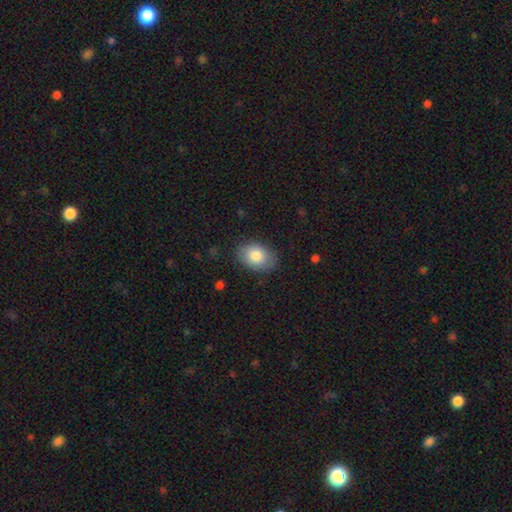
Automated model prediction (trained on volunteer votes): Smooth or featured?
  - smooth: 83% *
  - featured or disk: 10%
  - star or artifact: 7%
How rounded?
  - in between: 82% *
  - round: 17%
  - cigar-shaped: 1%
Merging?
  - none: 82% *
  - minor disturbance: 13%
  - major disturbance: 3%
  - merger: 1%